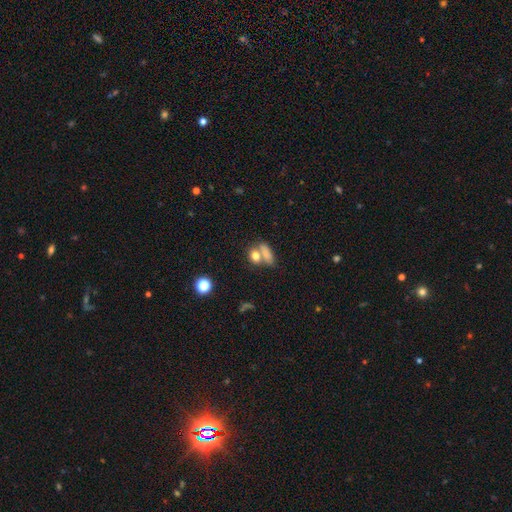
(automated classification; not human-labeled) A smooth galaxy with no disk features (78%) that is in between round and cigar-shaped (55%). Merging: none (43%).